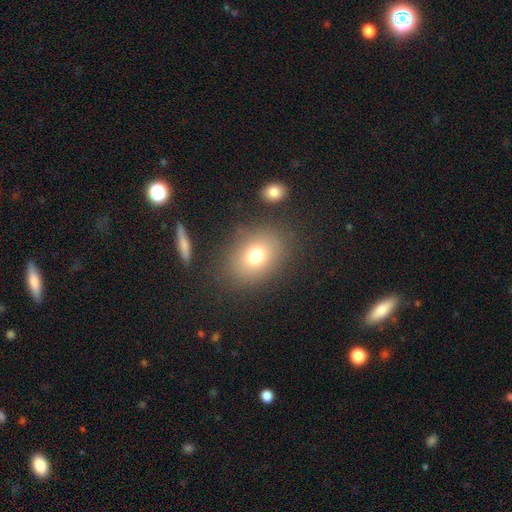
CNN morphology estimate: Smooth or featured: smooth — 75% (star or artifact — 13%)
How rounded: in between — 59% (round — 40%)
Merging: none — 80% (minor disturbance — 11%)